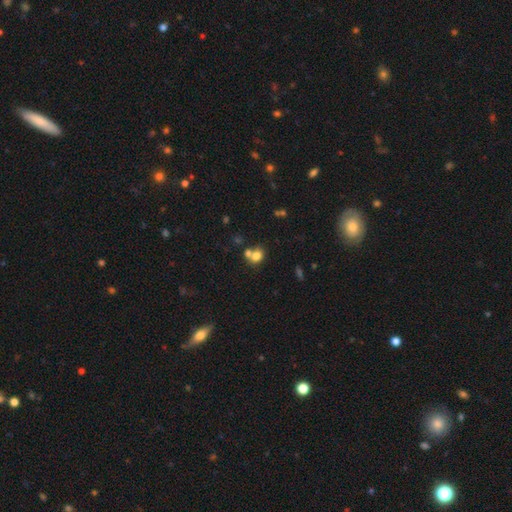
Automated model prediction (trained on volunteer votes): A smooth galaxy with no disk features (76%) that is round (63%). Merging: none (44%).